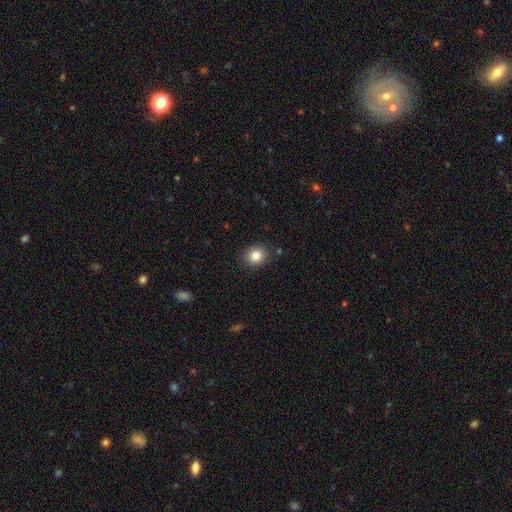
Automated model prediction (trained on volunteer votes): Smooth or featured: smooth — 84% (star or artifact — 10%)
How rounded: round — 67% (in between — 32%)
Merging: none — 87% (minor disturbance — 9%)